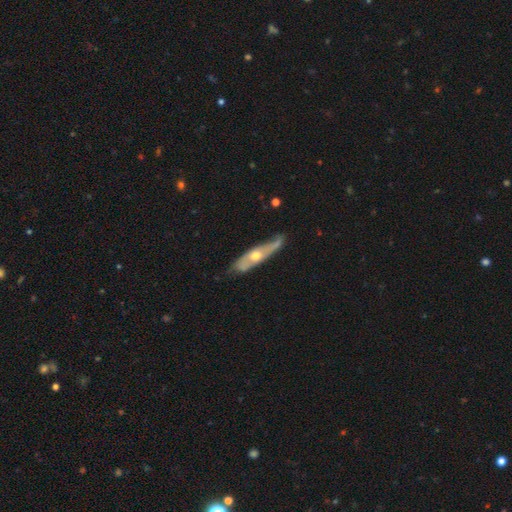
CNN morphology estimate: Q: Smooth or featured?
A: featured or disk (66%); runner-up: smooth (28%)
Q: Edge-on disk?
A: yes (58%); runner-up: no (42%)
Q: Merging?
A: none (65%); runner-up: minor disturbance (25%)